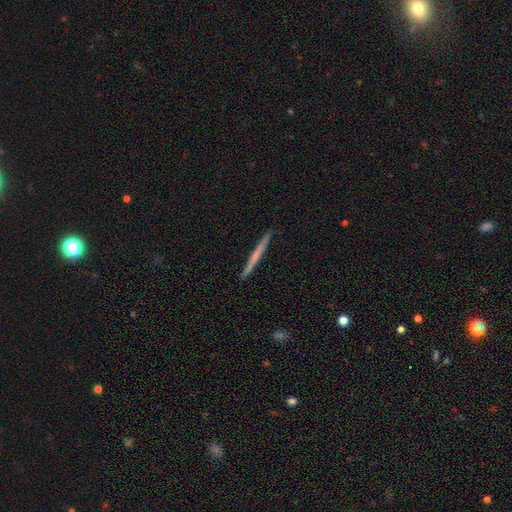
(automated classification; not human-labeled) Overall: smooth (48%; featured or disk 46%). Merging: none (92%).